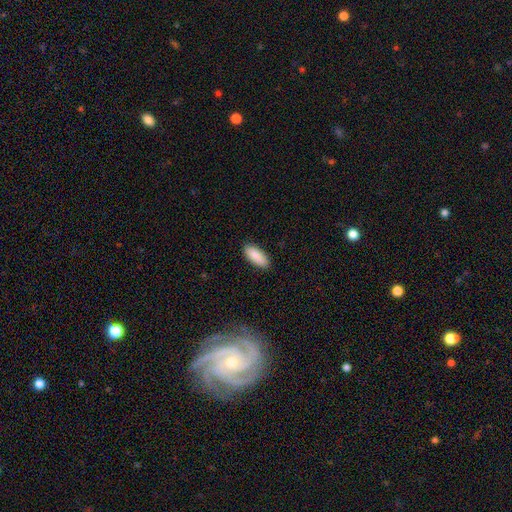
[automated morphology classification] This appears to be a smooth galaxy with no disk features (88%) that is in between round and cigar-shaped (80%). Merging: none (89%).